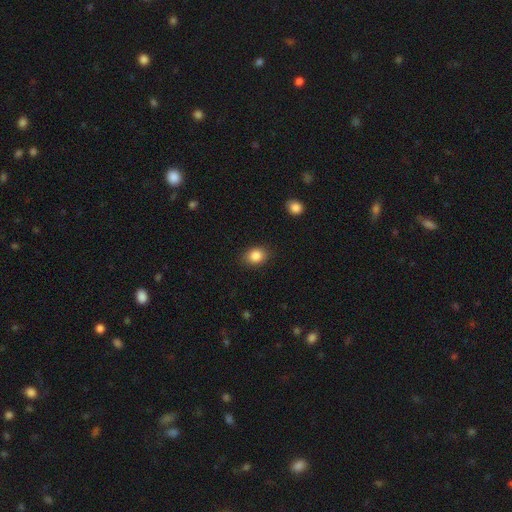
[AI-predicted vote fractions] A smooth galaxy with no disk features (86%) that is in between round and cigar-shaped (56%). Merging: none (85%).